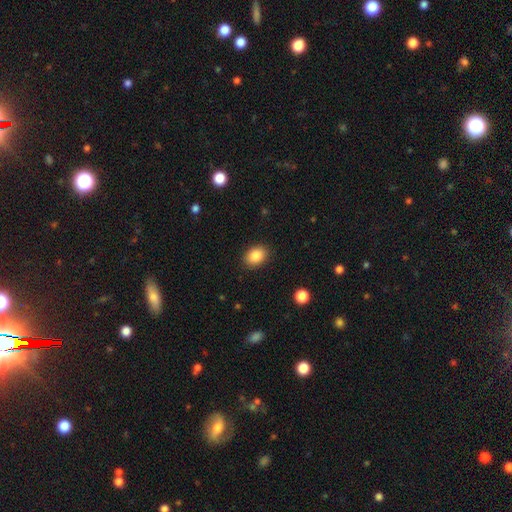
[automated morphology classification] Q: Smooth or featured?
A: smooth (87%); runner-up: star or artifact (9%)
Q: How rounded?
A: in between (71%); runner-up: round (28%)
Q: Merging?
A: none (89%); runner-up: minor disturbance (8%)